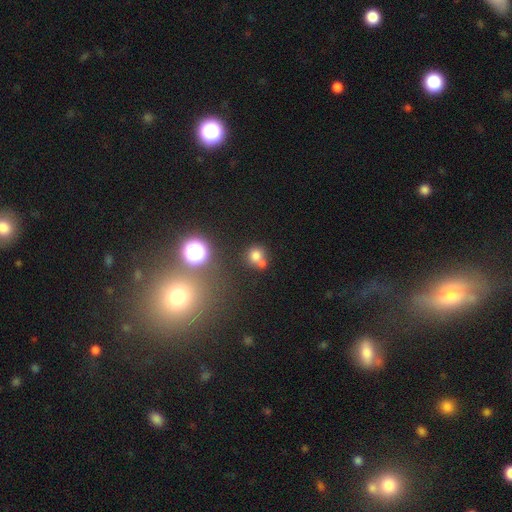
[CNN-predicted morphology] smooth-or-featured: smooth: 70% | star or artifact: 20% | featured or disk: 10%
  how-rounded: round: 84% | in between: 15% | cigar-shaped: 1%
  merging: none: 50% | merger: 37% | minor disturbance: 9% | major disturbance: 4%